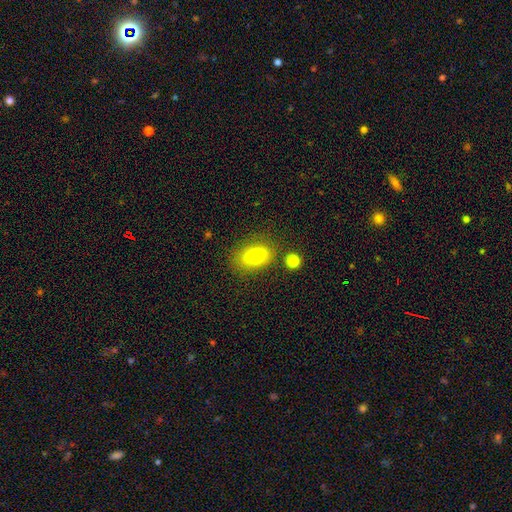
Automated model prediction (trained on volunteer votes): This appears to be a smooth galaxy with no disk features (86%) that is in between round and cigar-shaped (89%). Merging: none (70%).